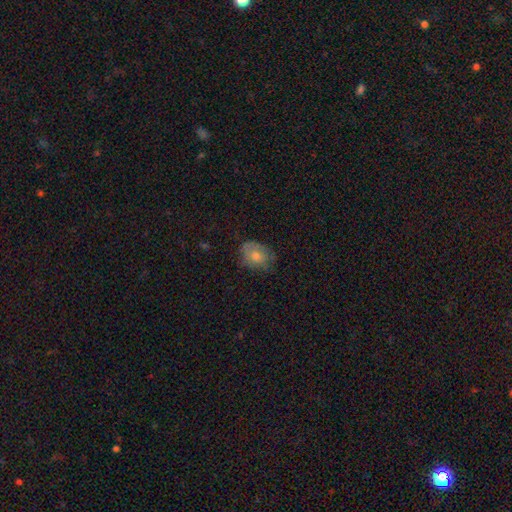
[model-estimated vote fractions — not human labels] Smooth or featured? Predicted: smooth (p=0.62). How rounded? Predicted: in between (p=0.55). Merging? Predicted: none (p=0.67).